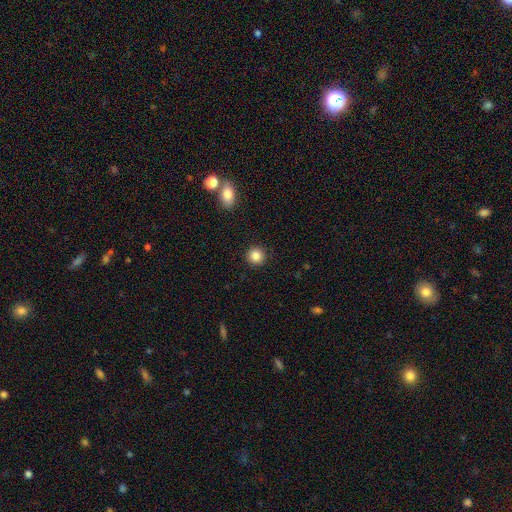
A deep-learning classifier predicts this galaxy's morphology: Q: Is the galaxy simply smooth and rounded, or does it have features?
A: smooth — 86%.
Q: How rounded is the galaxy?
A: round — 94%.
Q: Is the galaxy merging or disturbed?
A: none — 92%.